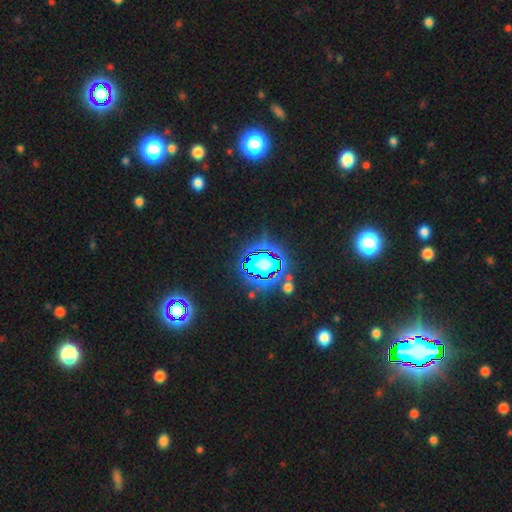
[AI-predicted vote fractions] The model was most divided on "smooth or featured": star or artifact: 67%, smooth: 19%, featured or disk: 14%.